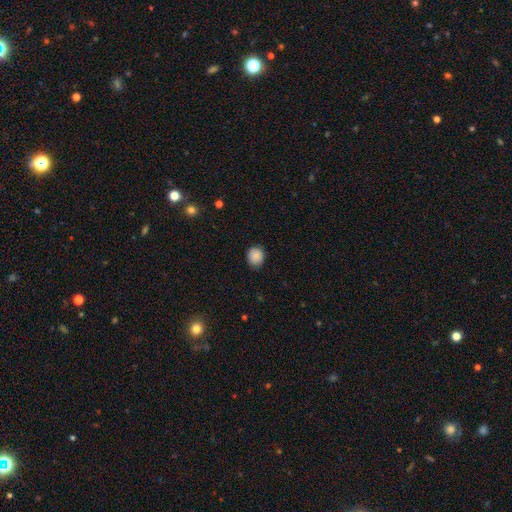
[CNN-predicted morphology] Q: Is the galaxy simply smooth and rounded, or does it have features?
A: smooth — 88%.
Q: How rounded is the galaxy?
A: round — 76%.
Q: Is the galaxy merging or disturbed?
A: none — 83%.